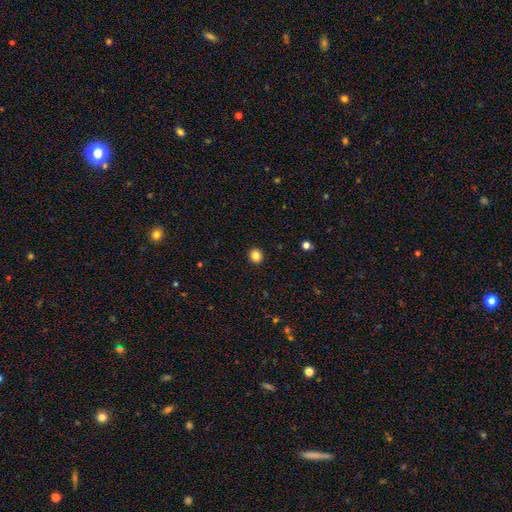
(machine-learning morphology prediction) Q: Smooth or featured?
A: smooth (84%); runner-up: star or artifact (11%)
Q: How rounded?
A: round (82%); runner-up: in between (17%)
Q: Merging?
A: none (92%); runner-up: minor disturbance (5%)